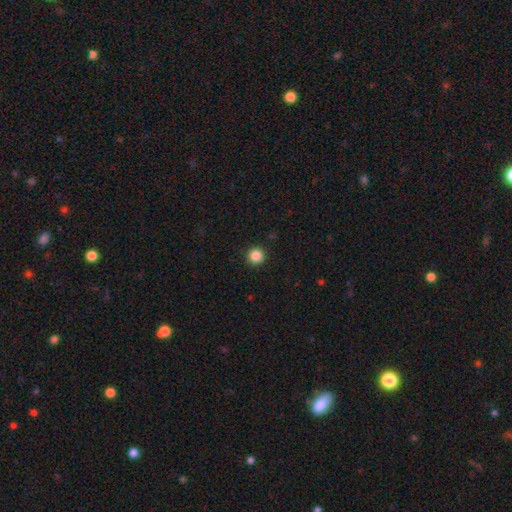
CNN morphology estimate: Smooth or featured? smooth (86%)
How rounded? round (96%)
Merging? none (92%)